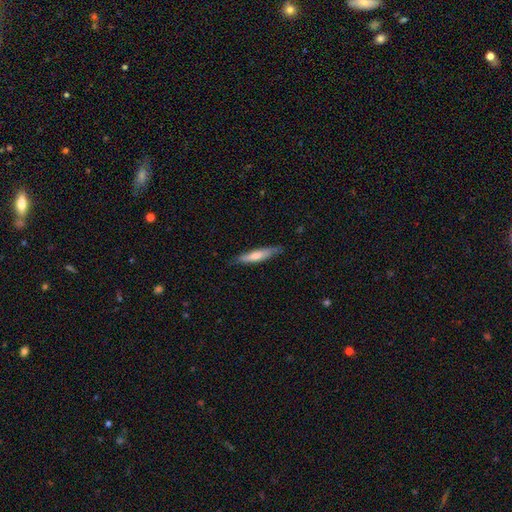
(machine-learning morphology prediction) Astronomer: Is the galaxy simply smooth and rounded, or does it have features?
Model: smooth — 53% (runner-up: featured or disk, 41%).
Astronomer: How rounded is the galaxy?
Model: cigar-shaped — 89%.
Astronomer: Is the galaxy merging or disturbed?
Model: none — 83%.